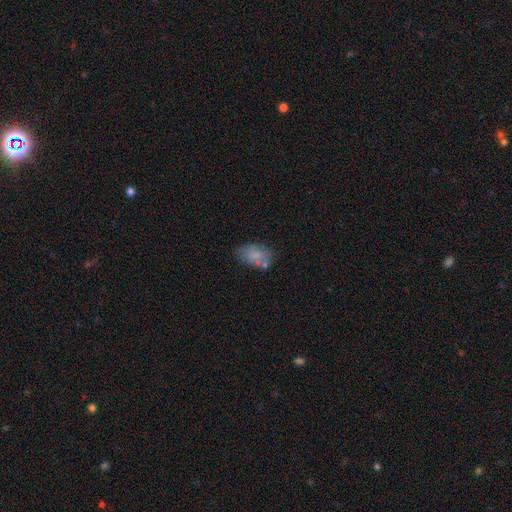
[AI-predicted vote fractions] Overall: smooth (69%). How rounded: in between (87%). Merging: none (55%; minor disturbance 23%).